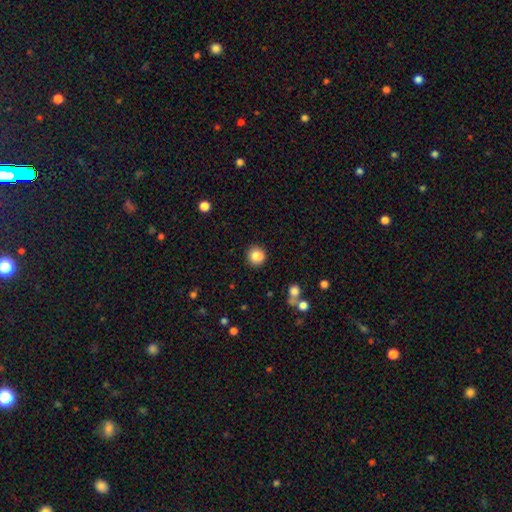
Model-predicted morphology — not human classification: The model was most divided on "how rounded": round: 85%, in between: 14%, cigar-shaped: 1%. More confident: smooth or featured — smooth (85%); merging — none (84%).